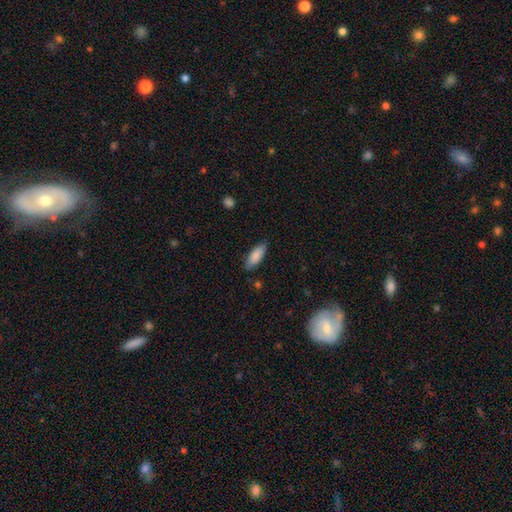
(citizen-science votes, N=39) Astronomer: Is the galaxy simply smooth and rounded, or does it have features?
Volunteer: smooth — 97%.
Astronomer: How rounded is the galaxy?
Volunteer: in between — 84%.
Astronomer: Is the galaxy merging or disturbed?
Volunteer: none — 74%.